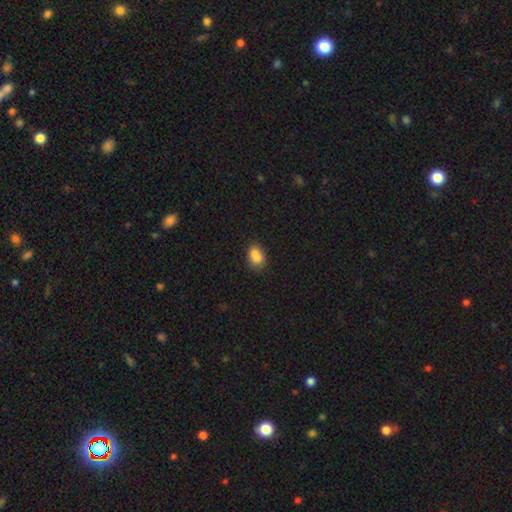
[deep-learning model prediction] Morphology: type=smooth (78%); roundness=in between (65%); merging=none (44%).